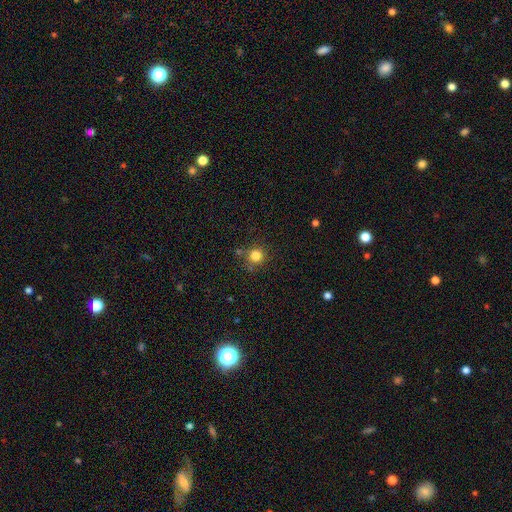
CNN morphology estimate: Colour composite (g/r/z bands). It shows a smooth galaxy with no disk features (82%) that is round (93%). Merging: none (80%).